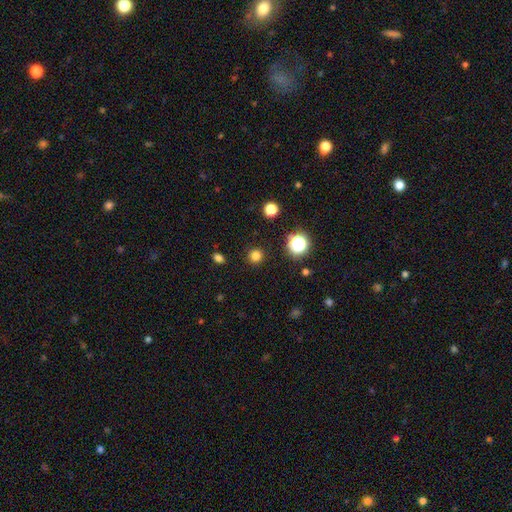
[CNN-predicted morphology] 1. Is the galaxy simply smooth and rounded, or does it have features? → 80% smooth, 16% star or artifact, 4% featured or disk.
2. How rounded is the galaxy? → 94% round, 6% in between, 1% cigar-shaped.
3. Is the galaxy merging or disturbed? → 91% none, 5% minor disturbance, 2% major disturbance, 1% merger.